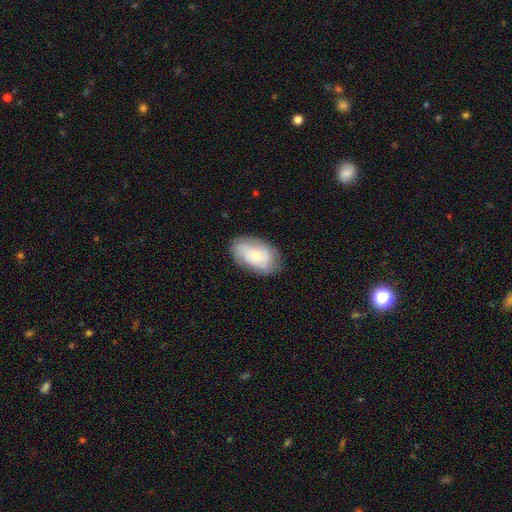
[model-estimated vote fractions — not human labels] Smooth or featured: smooth — 56% (featured or disk — 37%)
How rounded: in between — 92% (round — 7%)
Merging: none — 77% (minor disturbance — 17%)